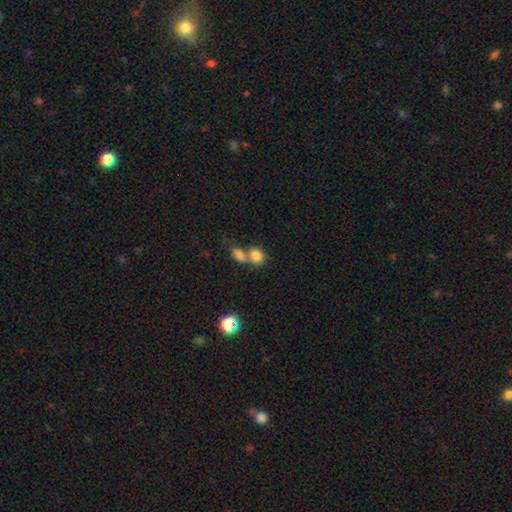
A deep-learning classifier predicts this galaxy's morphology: smooth 81%, star or artifact 10%, featured or disk 8%. Down the decision tree: how rounded — round (62%); merging — merger (54%).